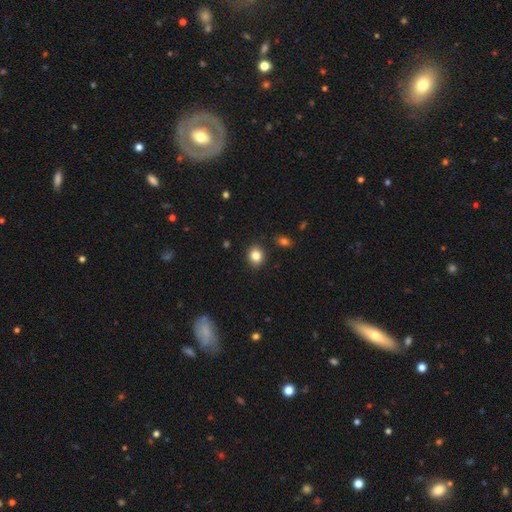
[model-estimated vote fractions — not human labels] smooth_or_featured: smooth (p=0.83) [alt: star or artifact p=0.10]
how_rounded: round (p=0.68) [alt: in between p=0.31]
merging: none (p=0.88) [alt: minor disturbance p=0.08]